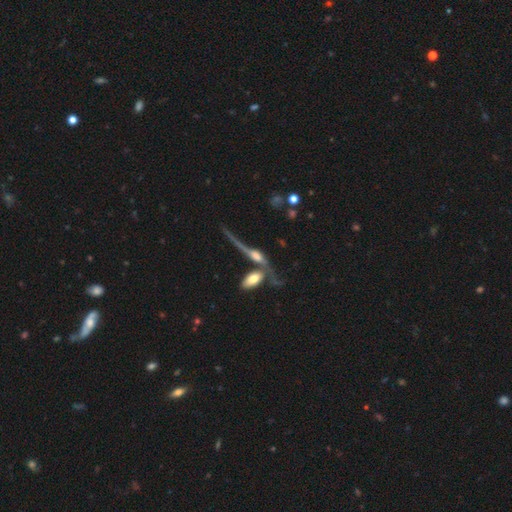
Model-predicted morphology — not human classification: This is likely a featured or disk galaxy (62%). It is likely viewed edge-on (62%). Merging: marginally merger (40%).